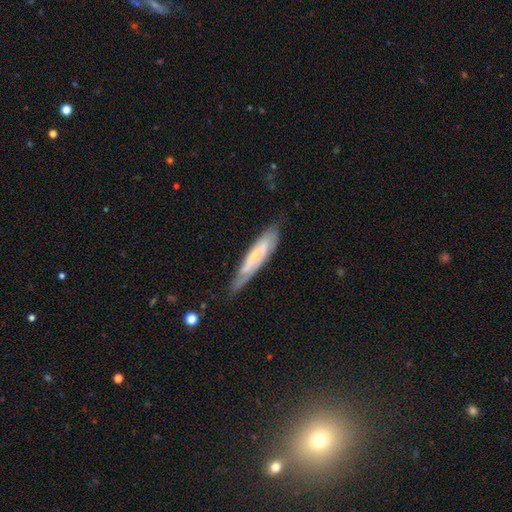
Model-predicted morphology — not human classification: Smooth or featured: featured or disk — 61% (smooth — 32%)
Edge-on disk: no — 54% (yes — 46%)
Merging: none — 68% (minor disturbance — 24%)